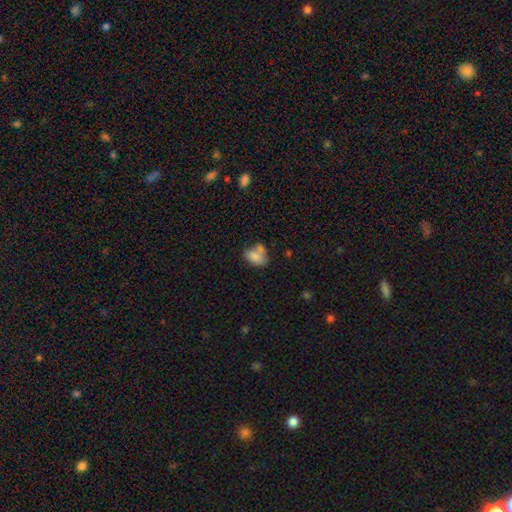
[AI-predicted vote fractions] A smooth galaxy with no disk features (77%) that is in between round and cigar-shaped (85%).

Vote fractions:
- Smooth or featured? smooth: 77% / featured or disk: 13% / star or artifact: 10%
- How rounded? in between: 85% / round: 13% / cigar-shaped: 2%
- Merging? merger: 37% / none: 35% / minor disturbance: 18% / major disturbance: 10%